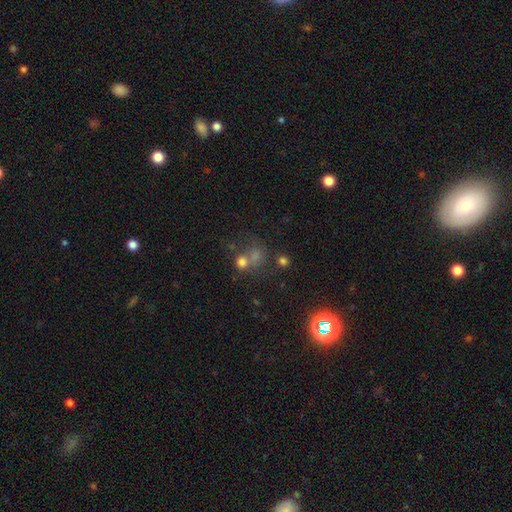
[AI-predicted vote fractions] A smooth galaxy with no disk features (46%). Merging: none (43%).